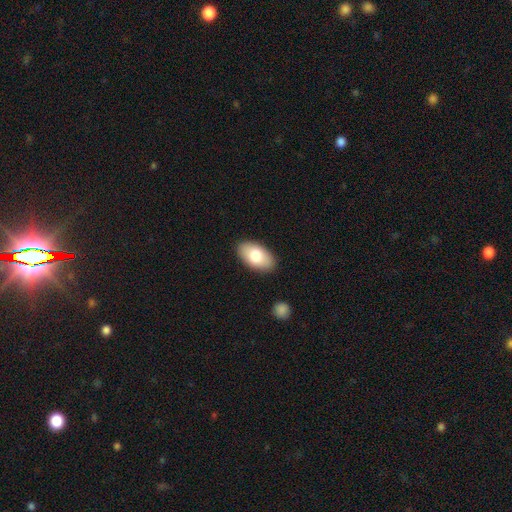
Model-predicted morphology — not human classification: Overall: smooth (77%). How rounded: in between (95%). Merging: none (88%).